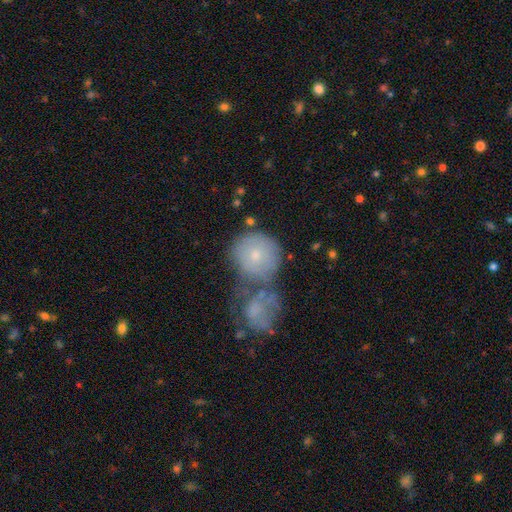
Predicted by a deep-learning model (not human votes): Smooth or featured: smooth — 66% (featured or disk — 26%)
How rounded: round — 89% (in between — 10%)
Merging: none — 41% (merger — 38%)